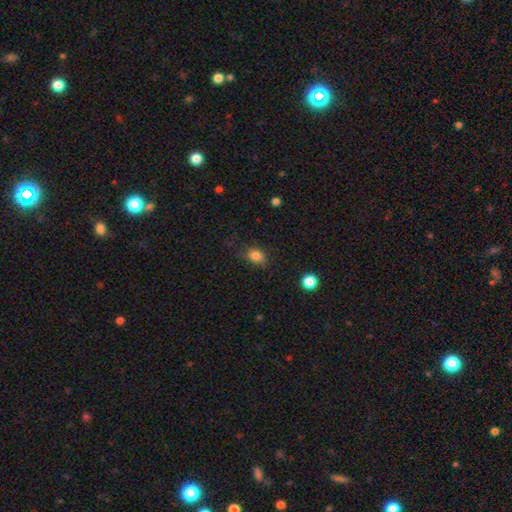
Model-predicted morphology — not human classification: Overall: smooth (83%). How rounded: in between (61%; round 37%). Merging: none (73%).